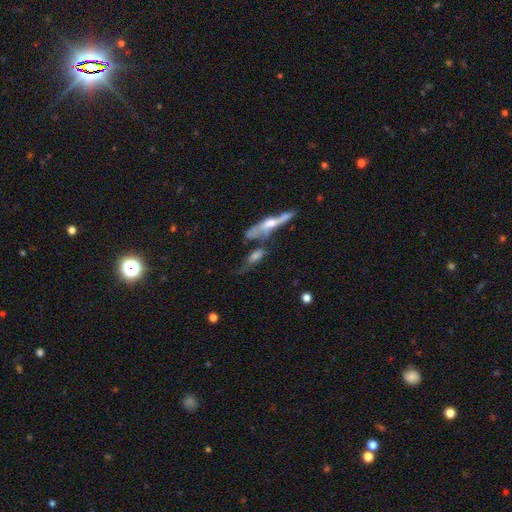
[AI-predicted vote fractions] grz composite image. It shows a featured or disk galaxy (45%). Merging: none (32%, tied with merger).